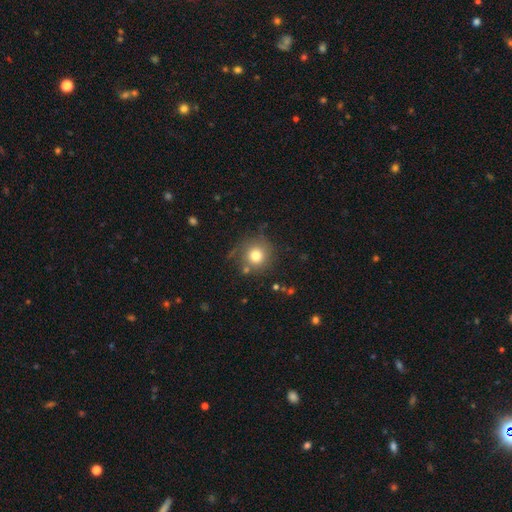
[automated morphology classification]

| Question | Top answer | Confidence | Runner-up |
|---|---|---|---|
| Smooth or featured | smooth | 77% | star or artifact (12%) |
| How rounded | round | 93% | in between (6%) |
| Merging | none | 75% | minor disturbance (14%) |